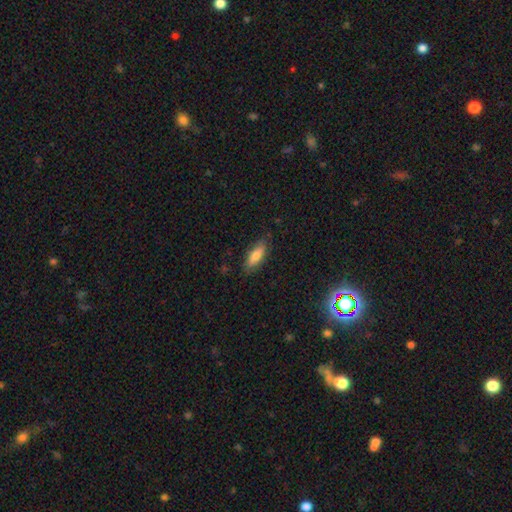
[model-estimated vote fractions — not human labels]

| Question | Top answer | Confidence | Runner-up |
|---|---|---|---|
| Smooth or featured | smooth | 78% | featured or disk (15%) |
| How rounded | in between | 57% | cigar-shaped (41%) |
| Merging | none | 82% | minor disturbance (14%) |